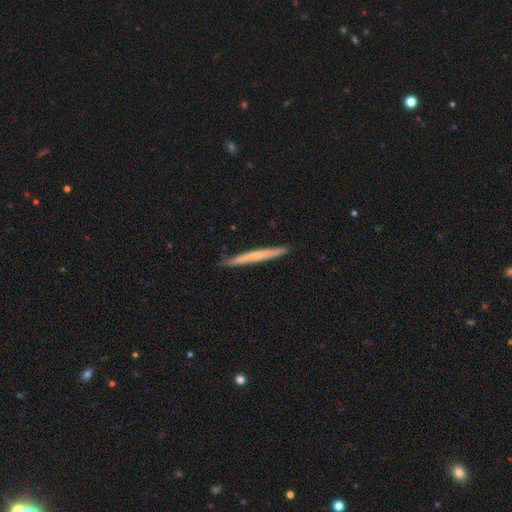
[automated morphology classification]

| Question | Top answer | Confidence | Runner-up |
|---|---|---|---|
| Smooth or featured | featured or disk | 48% | smooth (46%) |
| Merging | none | 89% | minor disturbance (9%) |